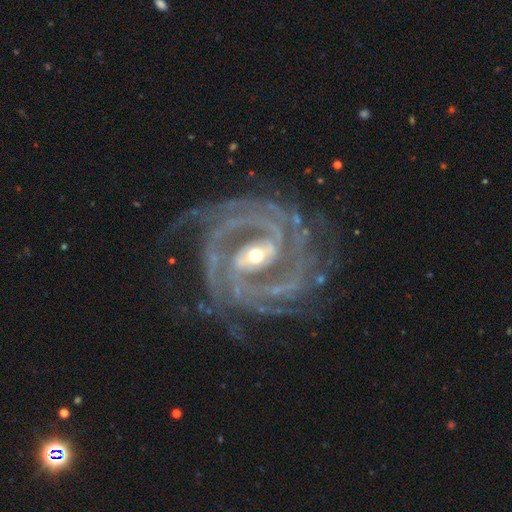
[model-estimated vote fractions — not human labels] Q: Smooth or featured?
A: featured or disk (94%); runner-up: star or artifact (4%)
Q: Edge-on disk?
A: no (98%); runner-up: yes (2%)
Q: Bar?
A: strong (56%); runner-up: weak (31%)
Q: Spiral arms?
A: yes (98%); runner-up: no (2%)
Q: Spiral winding?
A: tight (55%); runner-up: medium (36%)
Q: Spiral arm count?
A: 2 (38%); runner-up: 3 (17%)
Q: Bulge size?
A: moderate (53%); runner-up: small (40%)
Q: Merging?
A: none (71%); runner-up: minor disturbance (15%)